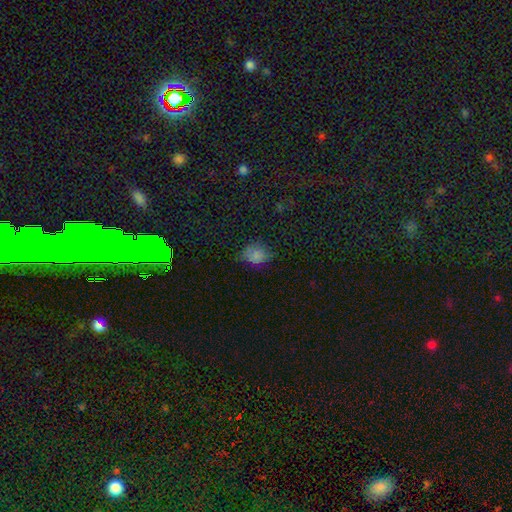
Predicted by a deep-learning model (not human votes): Overall: smooth (76%). How rounded: round (54%; in between 45%). Merging: none (63%; minor disturbance 27%).